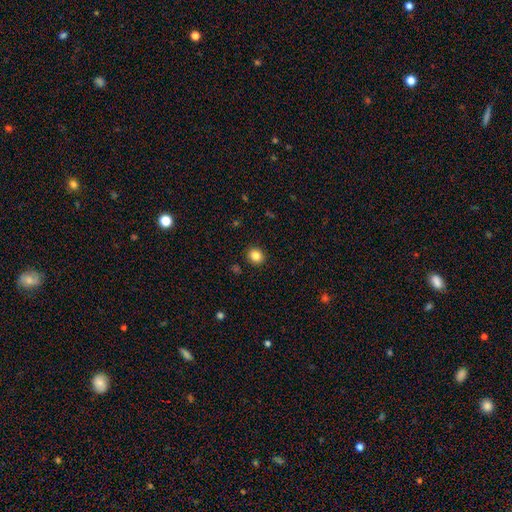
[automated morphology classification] Smooth or featured? smooth (84%)
How rounded? round (81%)
Merging? none (91%)